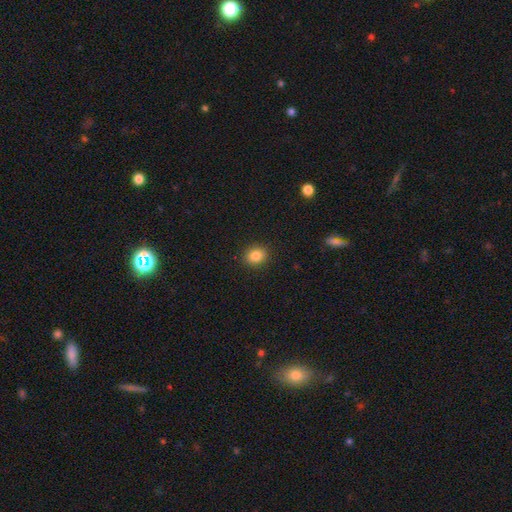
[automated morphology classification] Smooth or featured?
  - smooth: 85% *
  - star or artifact: 10%
  - featured or disk: 5%
How rounded?
  - round: 64% *
  - in between: 35%
  - cigar-shaped: 1%
Merging?
  - none: 90% *
  - minor disturbance: 7%
  - major disturbance: 2%
  - merger: 1%